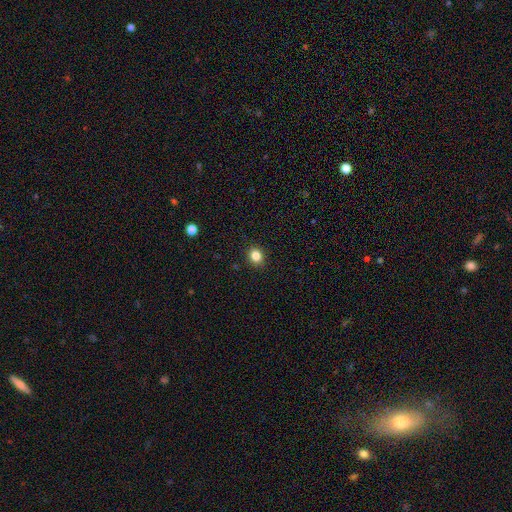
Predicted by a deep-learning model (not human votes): Morphology: type=smooth (84%); roundness=round (72%); merging=none (90%).